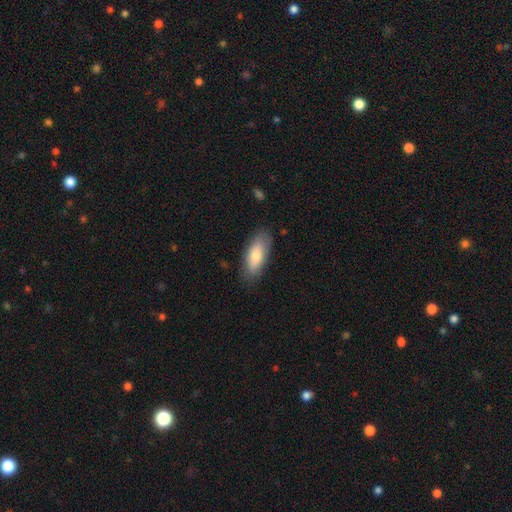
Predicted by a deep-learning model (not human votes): Overall: smooth (74%). How rounded: in between (75%). Merging: none (80%).